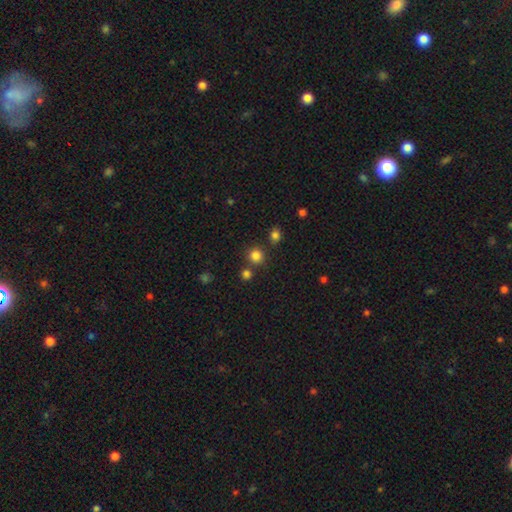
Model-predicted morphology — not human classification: Overall: smooth (81%). How rounded: round (91%). Merging: none (79%).